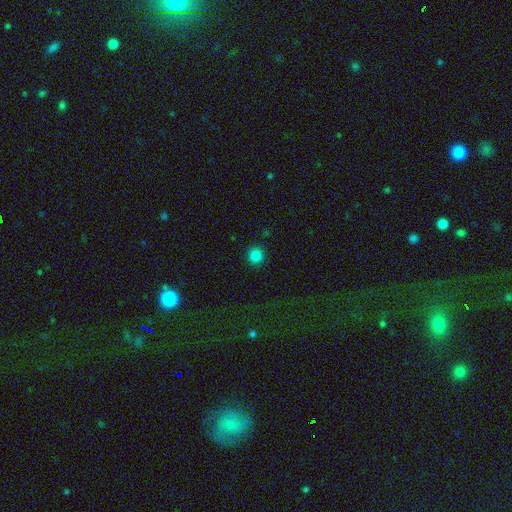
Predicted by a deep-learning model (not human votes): Smooth or featured?
  - smooth: 84% *
  - star or artifact: 13%
  - featured or disk: 3%
How rounded?
  - round: 95% *
  - in between: 4%
  - cigar-shaped: 1%
Merging?
  - none: 92% *
  - minor disturbance: 5%
  - major disturbance: 2%
  - merger: 1%